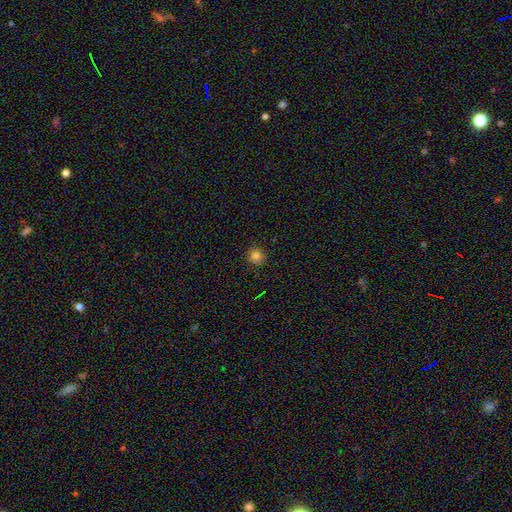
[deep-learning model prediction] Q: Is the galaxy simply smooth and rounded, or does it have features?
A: smooth — 82%.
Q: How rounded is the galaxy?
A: round — 92%.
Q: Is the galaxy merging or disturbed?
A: none — 91%.